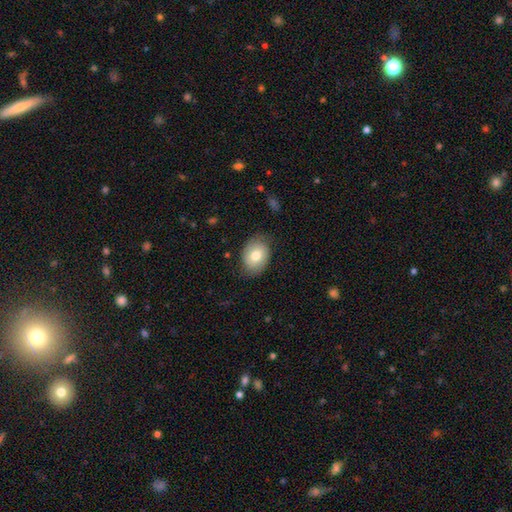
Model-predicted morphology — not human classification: type=smooth (75%); roundness=in between (70%); merging=none (77%).